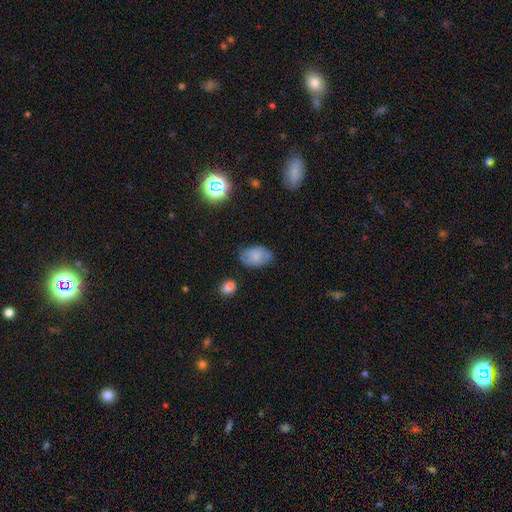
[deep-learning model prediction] smooth_or_featured: smooth (p=0.75) [alt: featured or disk p=0.16]
how_rounded: in between (p=0.88) [alt: round p=0.11]
merging: none (p=0.70) [alt: minor disturbance p=0.22]